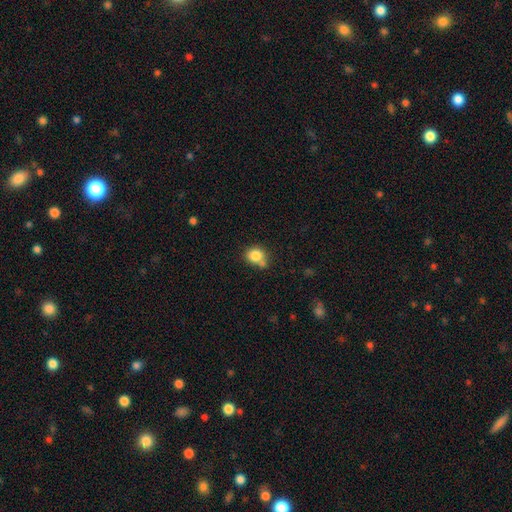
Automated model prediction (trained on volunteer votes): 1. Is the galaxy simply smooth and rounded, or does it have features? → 82% smooth, 10% star or artifact, 8% featured or disk.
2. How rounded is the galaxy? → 76% round, 23% in between, 1% cigar-shaped.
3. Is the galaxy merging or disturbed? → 56% none, 23% merger, 16% minor disturbance, 5% major disturbance.